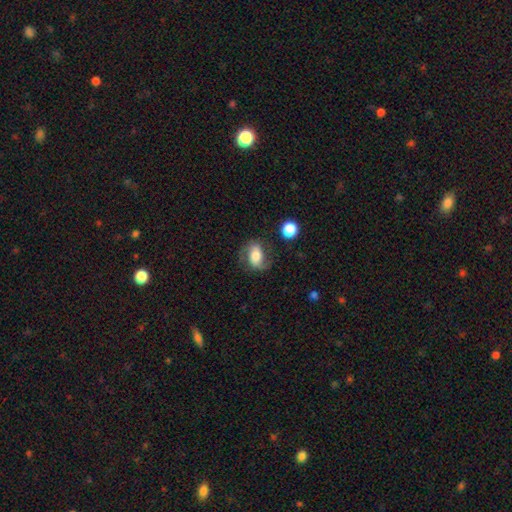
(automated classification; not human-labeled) This appears to be a featured or disk galaxy (49%). Merging: none (65%).